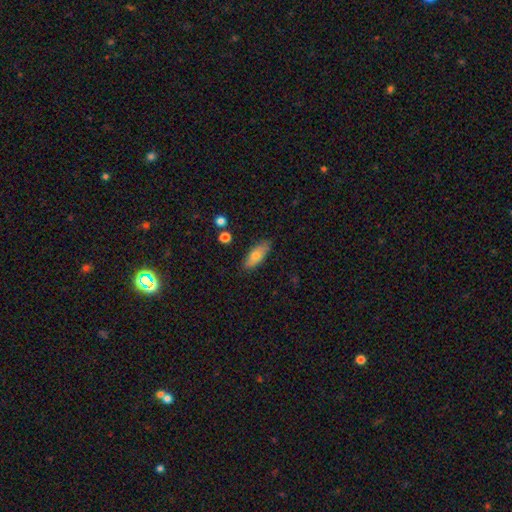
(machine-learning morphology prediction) type=smooth (75%); roundness=in between (77%); merging=none (82%).